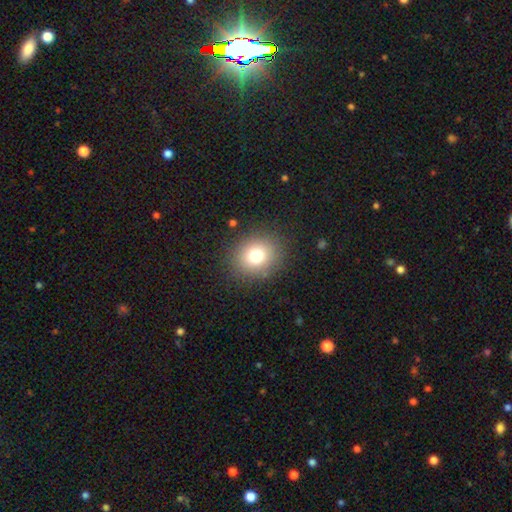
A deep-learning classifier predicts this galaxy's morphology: A smooth galaxy with no disk features (76%) that is round (75%).

Vote fractions:
- Smooth or featured? smooth: 76% / star or artifact: 14% / featured or disk: 10%
- How rounded? round: 75% / in between: 24% / cigar-shaped: 1%
- Merging? none: 87% / minor disturbance: 8% / major disturbance: 4% / merger: 1%